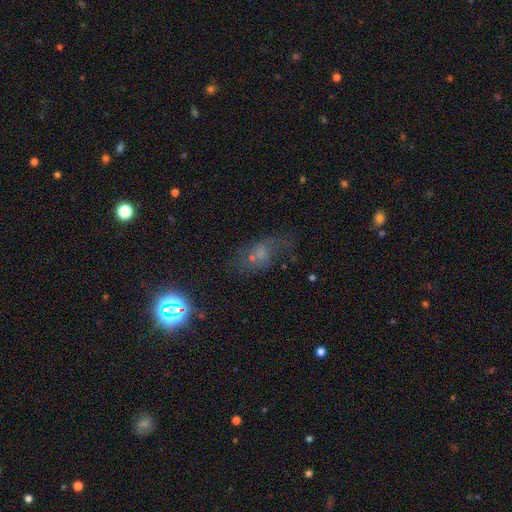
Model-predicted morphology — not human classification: Q: Smooth or featured?
A: smooth (38%); runner-up: star or artifact (33%)
Q: Merging?
A: none (51%); runner-up: minor disturbance (22%)